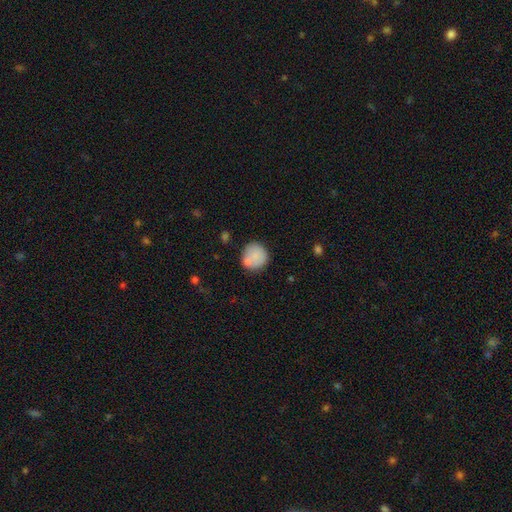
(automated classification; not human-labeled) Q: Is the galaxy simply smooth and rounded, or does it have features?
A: smooth — 82%.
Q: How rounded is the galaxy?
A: round — 91%.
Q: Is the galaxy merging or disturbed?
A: none — 73%.